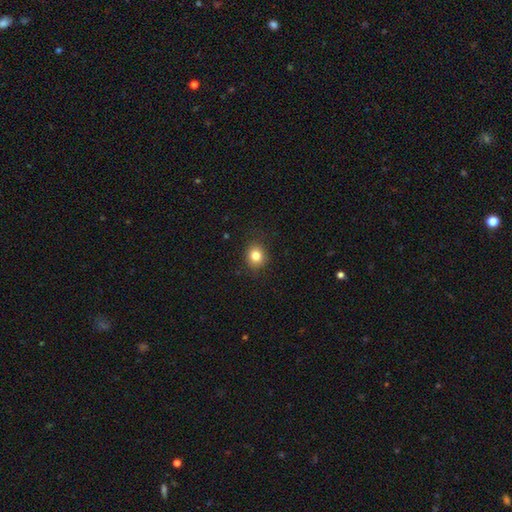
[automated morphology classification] The model was most divided on "how rounded": round: 74%, in between: 25%, cigar-shaped: 1%. More confident: merging — none (88%); smooth or featured — smooth (82%).